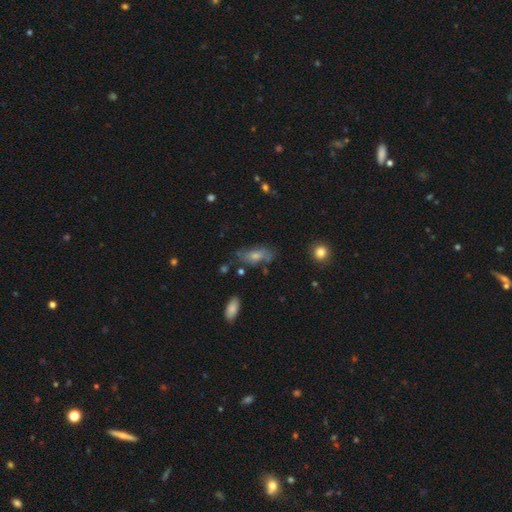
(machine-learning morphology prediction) Smooth or featured: smooth — 54% (featured or disk — 37%)
How rounded: in between — 81% (cigar-shaped — 14%)
Merging: none — 55% (minor disturbance — 26%)